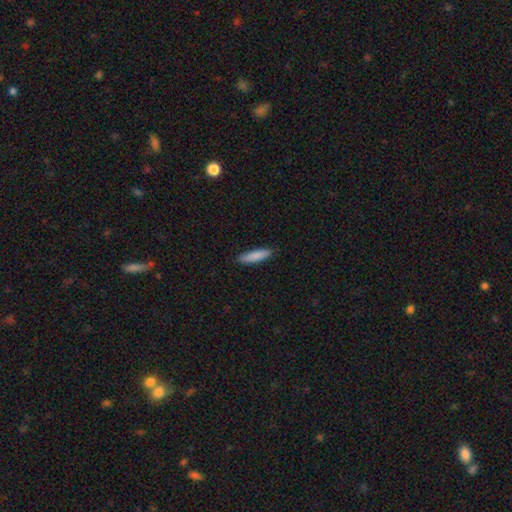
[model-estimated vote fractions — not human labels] This appears to be a smooth galaxy with no disk features (87%) that is cigar-shaped (76%). Merging: none (89%).